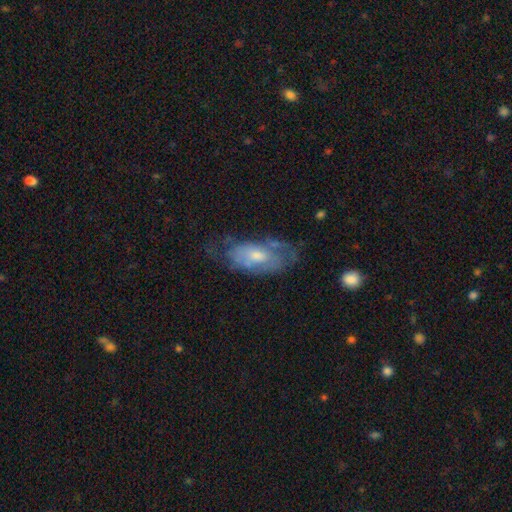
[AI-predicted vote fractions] This appears to be a featured or disk galaxy (54%). Merging: none (46%).